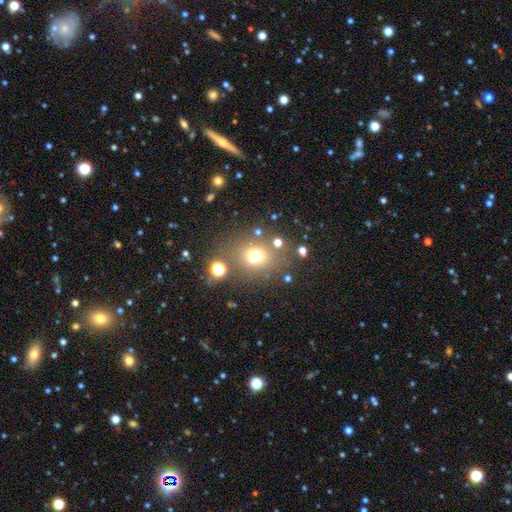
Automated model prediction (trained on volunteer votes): Smooth or featured? smooth (62%)
How rounded? round (70%)
Merging? none (66%)